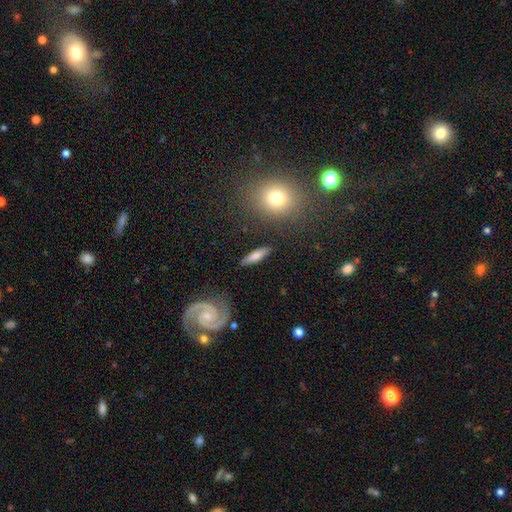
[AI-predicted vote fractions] smooth_or_featured: smooth (p=0.68) [alt: featured or disk p=0.25]
how_rounded: cigar-shaped (p=0.70) [alt: in between p=0.27]
merging: none (p=0.86) [alt: minor disturbance p=0.09]